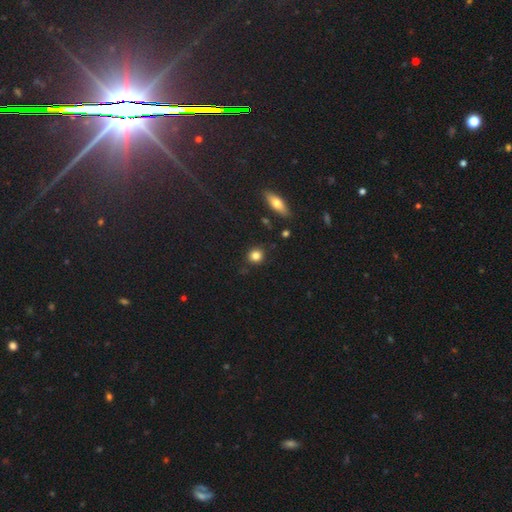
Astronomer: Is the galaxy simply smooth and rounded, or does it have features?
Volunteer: smooth — 89%.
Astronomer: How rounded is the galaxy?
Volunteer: round — 79%.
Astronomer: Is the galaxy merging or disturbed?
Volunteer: none — 83%.